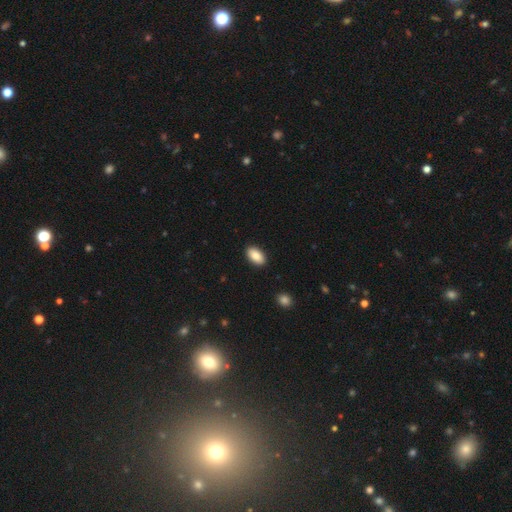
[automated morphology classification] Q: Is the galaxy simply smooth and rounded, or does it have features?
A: smooth — 88%.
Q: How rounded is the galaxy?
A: in between — 94%.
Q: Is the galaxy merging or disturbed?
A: none — 90%.